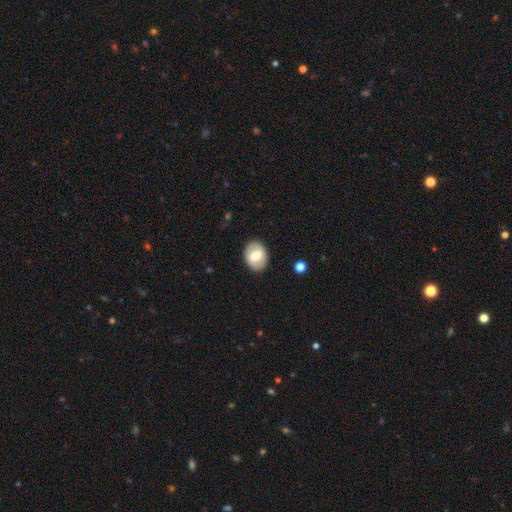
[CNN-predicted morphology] Overall: smooth (66%; featured or disk 27%). How rounded: in between (60%; round 39%). Merging: none (88%).